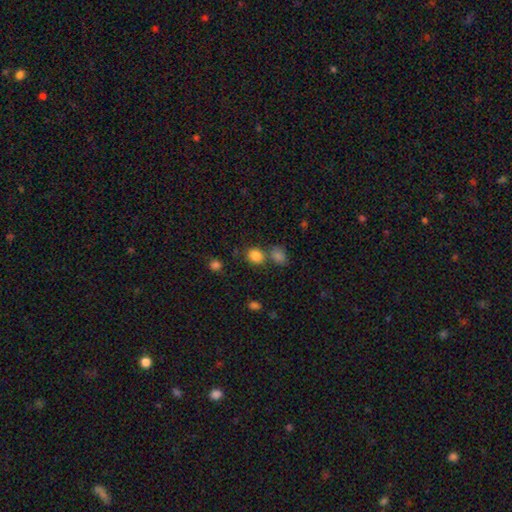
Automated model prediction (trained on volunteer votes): This is clearly a smooth galaxy (83%). How rounded: likely round (67%). Merging: likely none (63%).